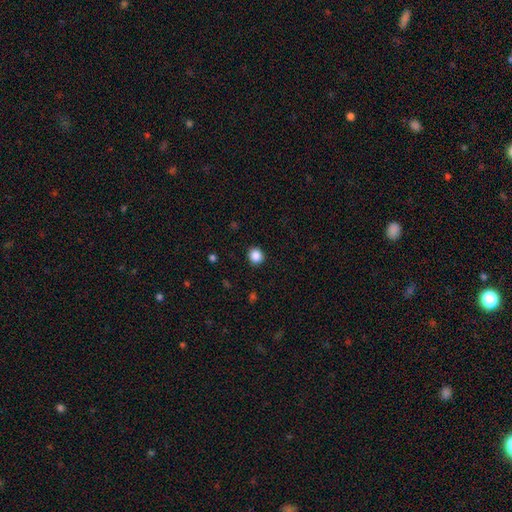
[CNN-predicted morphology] This is clearly a smooth galaxy (87%). How rounded: clearly round (87%). Merging: clearly none (90%).